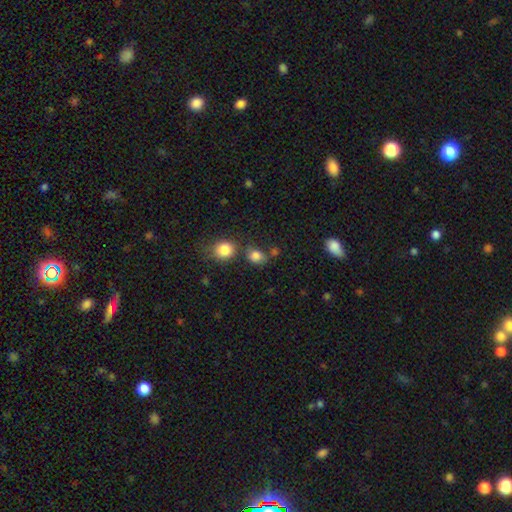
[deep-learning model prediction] This appears to be a smooth galaxy with no disk features (82%) that is round (60%). Merging: none (59%).